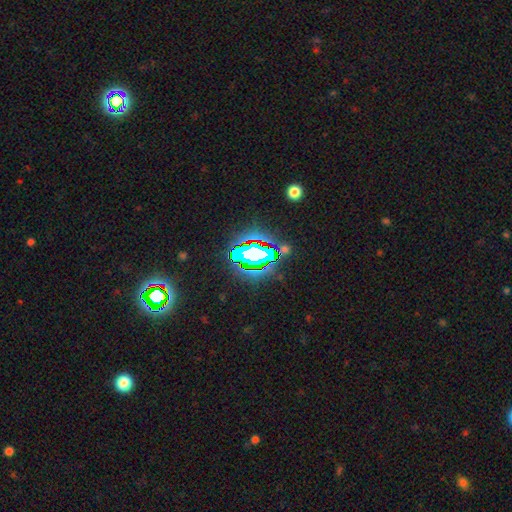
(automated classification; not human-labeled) This appears to be a star or artifact, not a galaxy (68%).